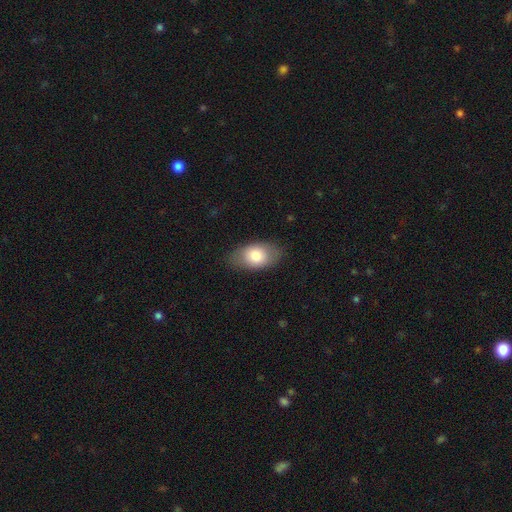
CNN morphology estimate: smooth 79%, featured or disk 14%, star or artifact 7%. Down the decision tree: how rounded — in between (90%); merging — none (81%).